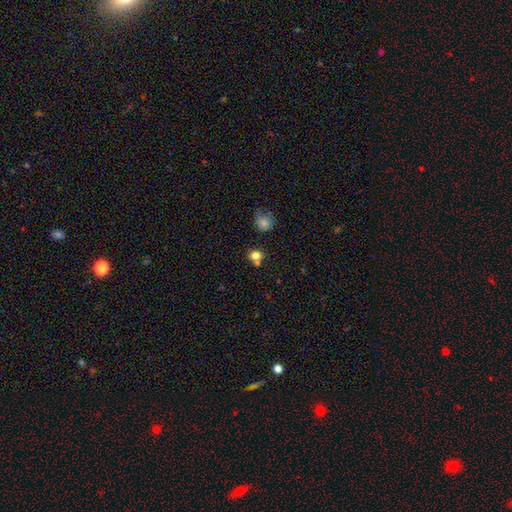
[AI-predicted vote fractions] Smooth or featured? smooth (78%)
How rounded? round (71%)
Merging? none (58%)